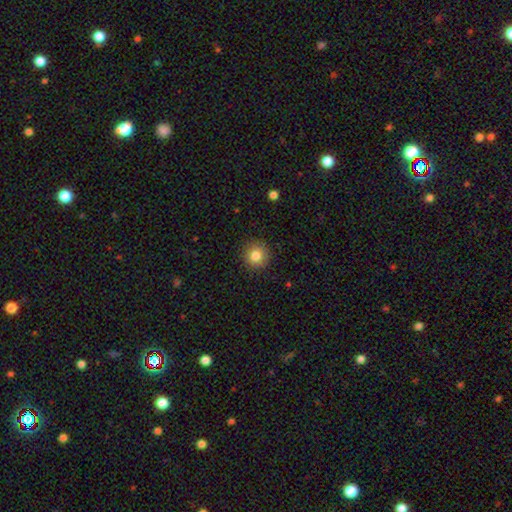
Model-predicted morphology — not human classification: type=smooth (83%); roundness=round (94%); merging=none (90%).